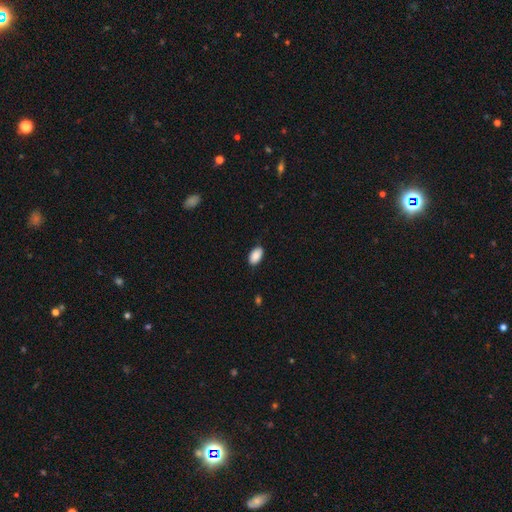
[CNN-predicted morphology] Smooth or featured? Predicted: smooth (p=0.90). How rounded? Predicted: in between (p=0.94). Merging? Predicted: none (p=0.83).